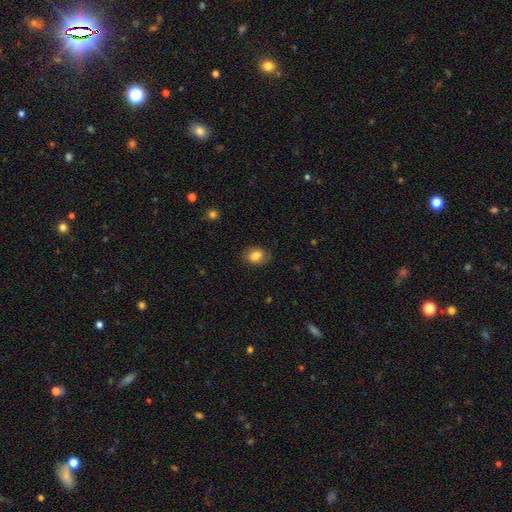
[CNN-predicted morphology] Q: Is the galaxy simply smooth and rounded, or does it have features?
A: smooth — 78%.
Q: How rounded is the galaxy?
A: in between — 69%.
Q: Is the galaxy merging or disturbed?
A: none — 78%.